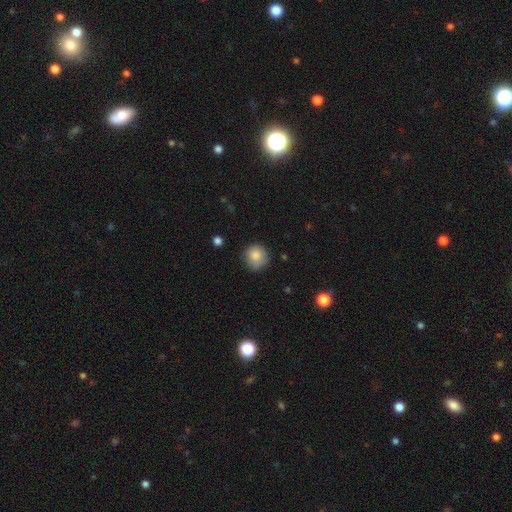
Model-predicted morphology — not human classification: Overall: smooth (84%). How rounded: round (91%). Merging: none (76%).